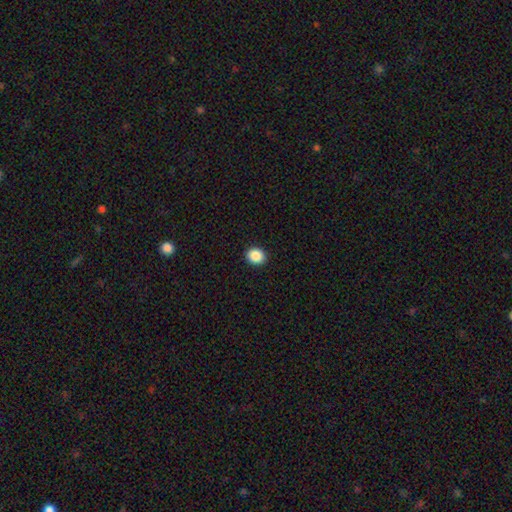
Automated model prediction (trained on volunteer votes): Smooth or featured?
  - smooth: 89% *
  - star or artifact: 9%
  - featured or disk: 3%
How rounded?
  - round: 67% *
  - in between: 32%
  - cigar-shaped: 1%
Merging?
  - none: 93% *
  - minor disturbance: 5%
  - major disturbance: 2%
  - merger: 1%